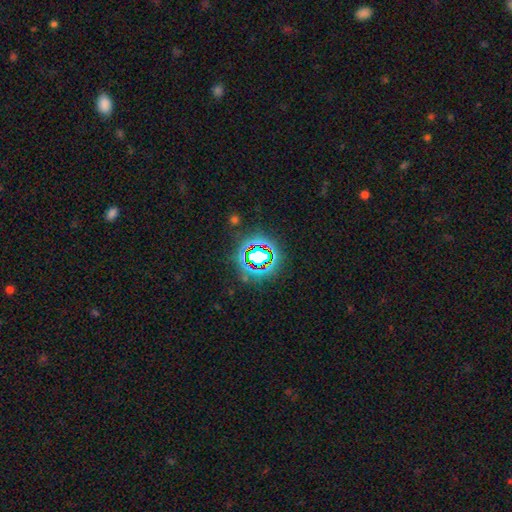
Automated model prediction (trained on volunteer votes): star or artifact 71%, smooth 19%, featured or disk 11%.